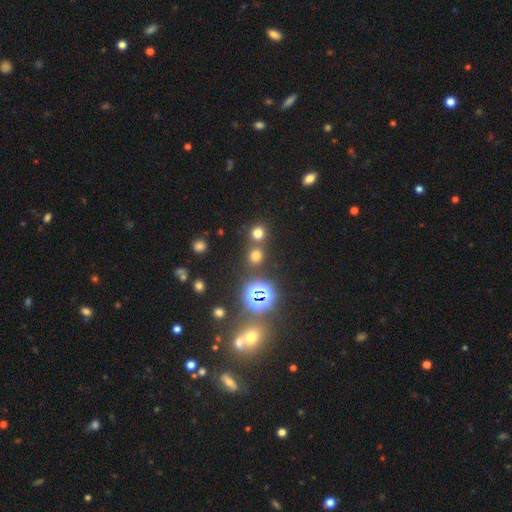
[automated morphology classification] This is likely a smooth galaxy (60%). How rounded: clearly round (88%). Merging: likely none (71%).